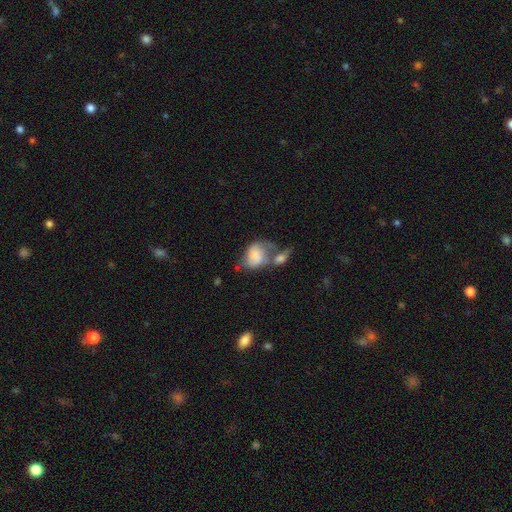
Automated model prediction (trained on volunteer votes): A smooth galaxy with no disk features (61%) that is in between round and cigar-shaped (68%).

Vote fractions:
- Smooth or featured? smooth: 61% / featured or disk: 32% / star or artifact: 8%
- How rounded? in between: 68% / round: 31% / cigar-shaped: 1%
- Merging? merger: 51% / major disturbance: 19% / none: 16% / minor disturbance: 15%